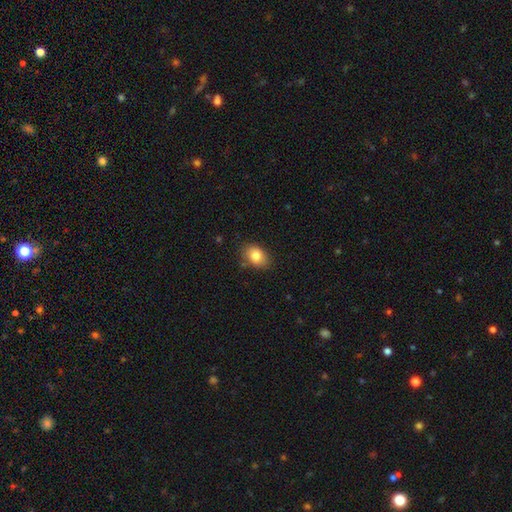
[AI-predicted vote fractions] This is clearly a smooth galaxy (84%). How rounded: likely in between (75%). Merging: likely none (80%).